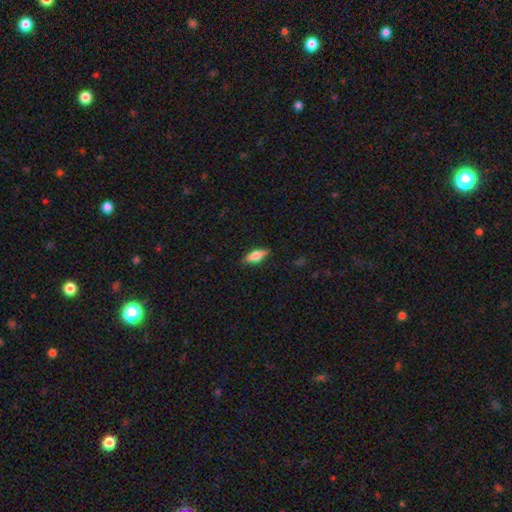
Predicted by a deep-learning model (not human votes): A smooth galaxy with no disk features (71%) that is in between round and cigar-shaped (69%). Merging: none (86%).